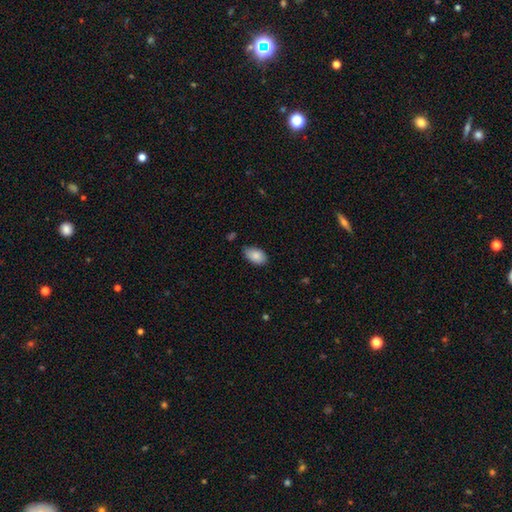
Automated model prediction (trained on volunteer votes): Q: Smooth or featured?
A: smooth (87%); runner-up: star or artifact (7%)
Q: How rounded?
A: in between (92%); runner-up: round (6%)
Q: Merging?
A: none (78%); runner-up: minor disturbance (18%)